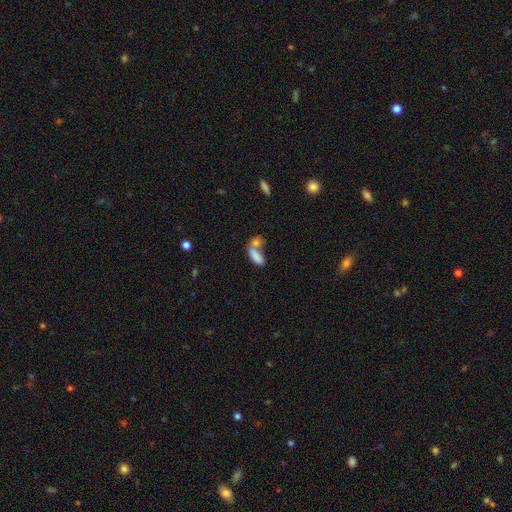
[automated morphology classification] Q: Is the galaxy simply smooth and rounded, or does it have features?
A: smooth — 81%.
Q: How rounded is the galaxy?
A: in between — 80%.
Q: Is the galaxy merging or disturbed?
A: merger — 57%.